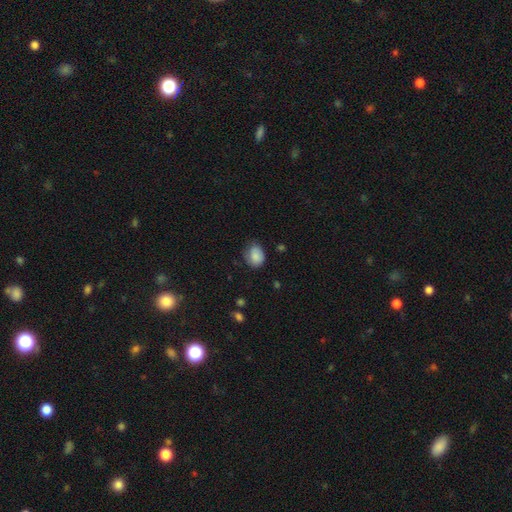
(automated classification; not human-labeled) Smooth or featured: smooth — 83% (featured or disk — 9%)
How rounded: in between — 55% (round — 44%)
Merging: none — 59% (minor disturbance — 32%)